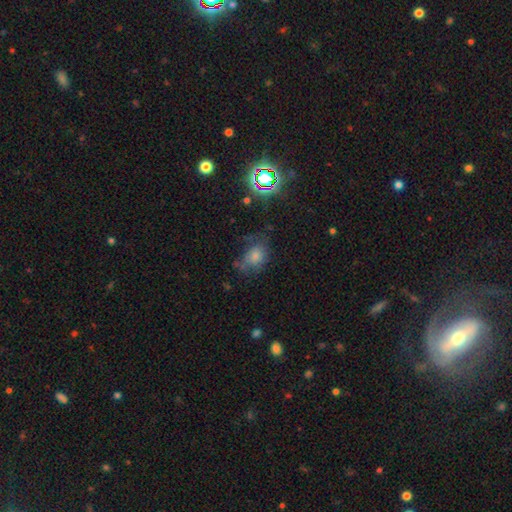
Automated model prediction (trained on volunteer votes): This is possibly a smooth galaxy (55%). How rounded: possibly in between (58%). Merging: possibly none (52%).